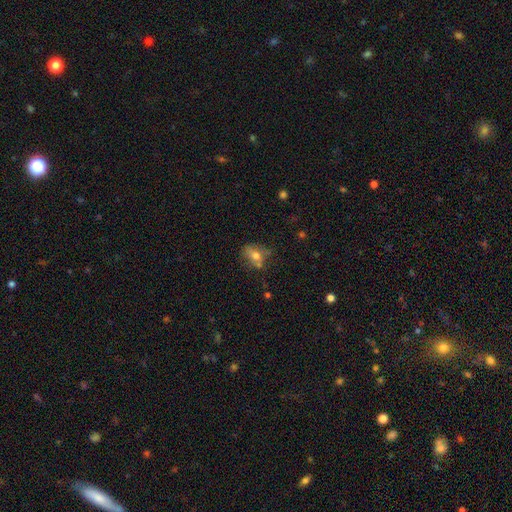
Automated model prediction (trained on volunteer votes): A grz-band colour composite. It shows a smooth galaxy with no disk features (62%) that is in between round and cigar-shaped (64%). Merging: none (56%).